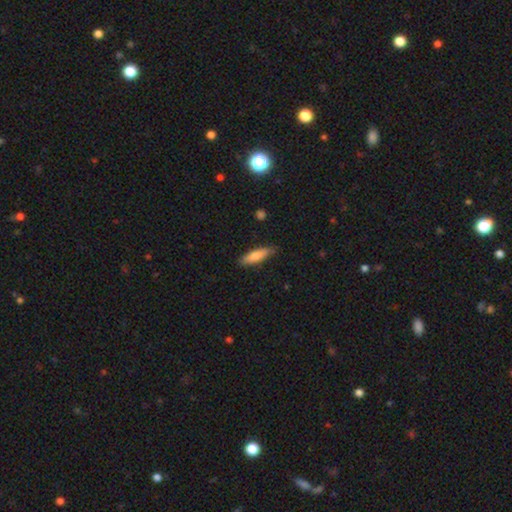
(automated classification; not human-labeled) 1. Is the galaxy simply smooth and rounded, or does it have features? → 74% smooth, 21% featured or disk, 6% star or artifact.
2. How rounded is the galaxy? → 61% cigar-shaped, 37% in between, 2% round.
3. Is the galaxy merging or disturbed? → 83% none, 13% minor disturbance, 2% major disturbance, 1% merger.